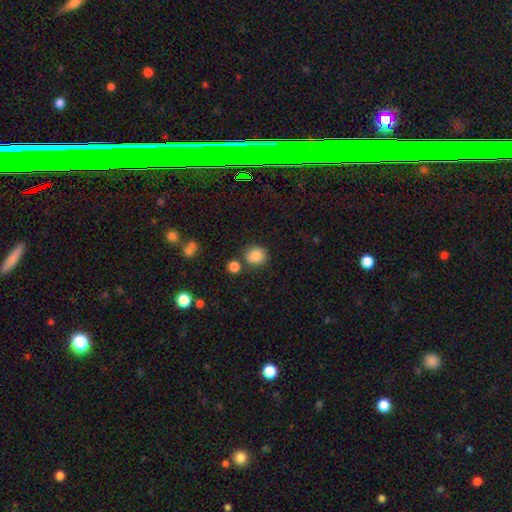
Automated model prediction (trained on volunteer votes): This is clearly a smooth galaxy (84%). How rounded: likely round (79%). Merging: likely none (75%).